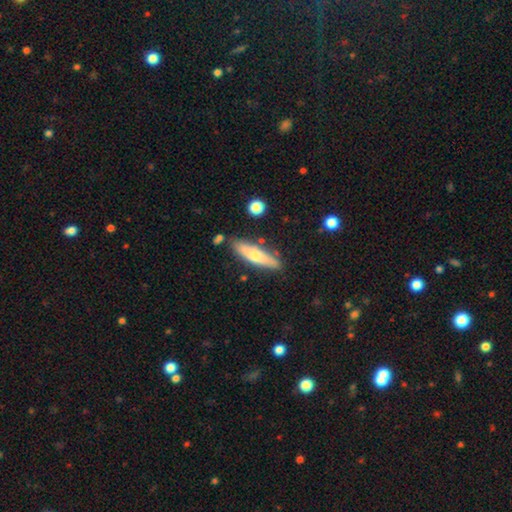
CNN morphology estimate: smooth 62%, featured or disk 32%, star or artifact 6%. Down the decision tree: how rounded — cigar-shaped (71%); merging — none (78%).